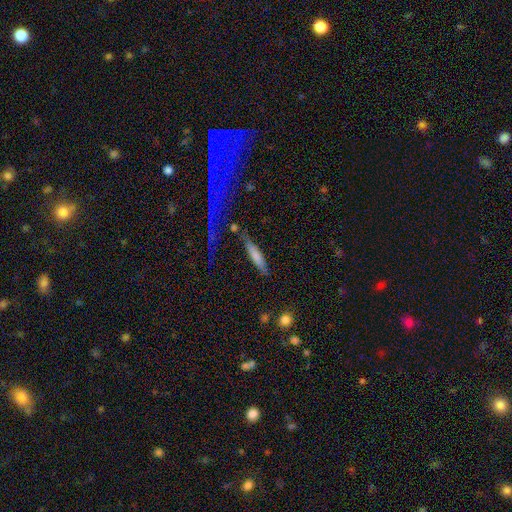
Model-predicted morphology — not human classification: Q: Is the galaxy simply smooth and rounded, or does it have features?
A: smooth — 70%.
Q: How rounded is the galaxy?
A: cigar-shaped — 86%.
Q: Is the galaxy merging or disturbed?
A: none — 72%.